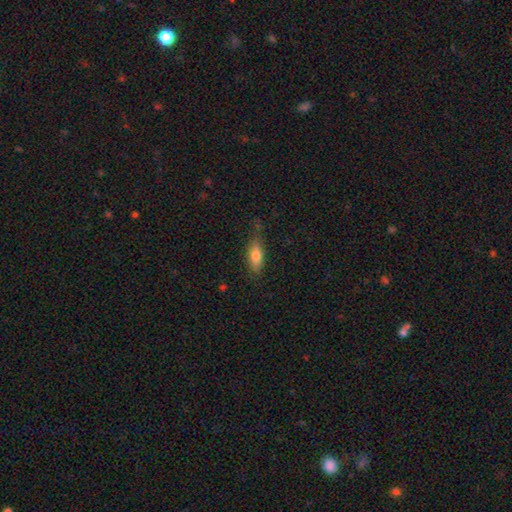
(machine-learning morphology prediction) Q: Smooth or featured?
A: smooth (75%); runner-up: featured or disk (18%)
Q: How rounded?
A: in between (70%); runner-up: cigar-shaped (27%)
Q: Merging?
A: none (68%); runner-up: minor disturbance (24%)